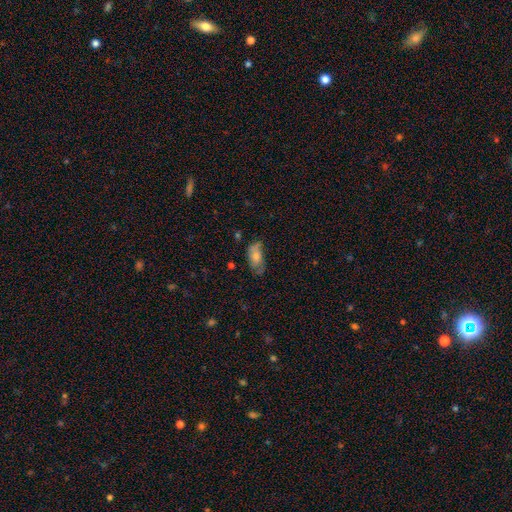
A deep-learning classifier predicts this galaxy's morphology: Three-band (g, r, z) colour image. It shows a smooth galaxy with no disk features (68%) that is in between round and cigar-shaped (90%). Merging: none (47%).